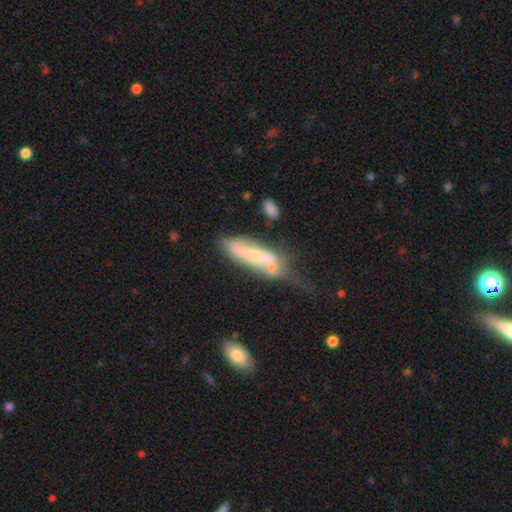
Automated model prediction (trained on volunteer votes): A featured or disk galaxy (52%).

Vote fractions:
- Smooth or featured? featured or disk: 52% / smooth: 41% / star or artifact: 8%
- Edge-on disk? no: 68% / yes: 32%
- Merging? minor disturbance: 33% / none: 31% / major disturbance: 20% / merger: 16%